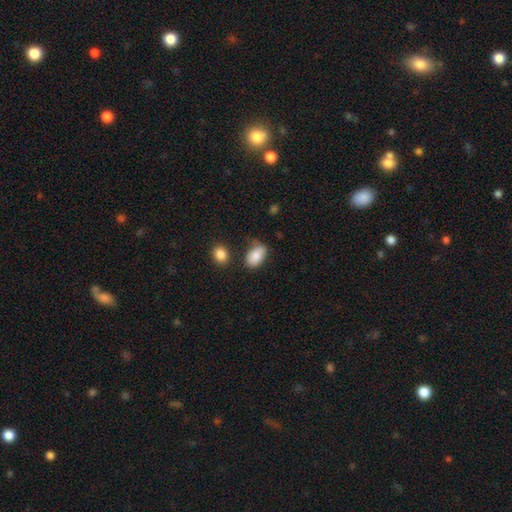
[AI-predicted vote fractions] A smooth galaxy with no disk features (84%) that is in between round and cigar-shaped (89%). Merging: none (58%).